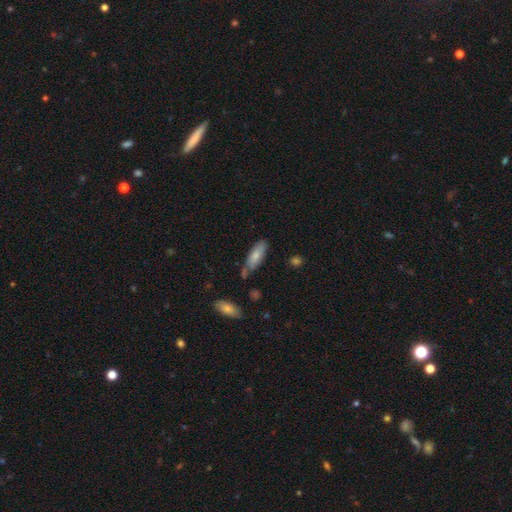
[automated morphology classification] Q: Smooth or featured?
A: smooth (79%); runner-up: featured or disk (15%)
Q: How rounded?
A: in between (64%); runner-up: cigar-shaped (34%)
Q: Merging?
A: none (65%); runner-up: minor disturbance (22%)